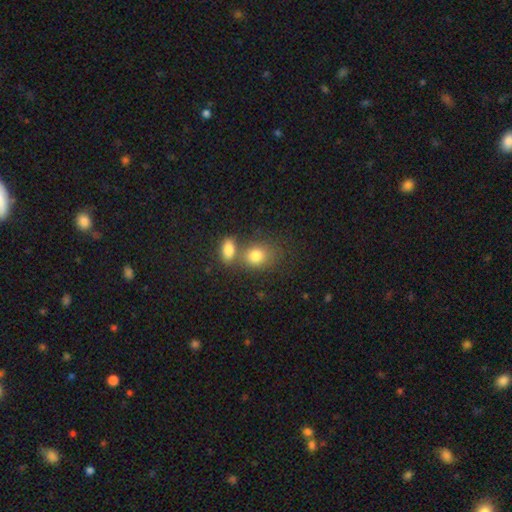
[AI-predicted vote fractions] Smooth or featured? Predicted: smooth (p=0.81). How rounded? Predicted: in between (p=0.57). Merging? Predicted: none (p=0.43).